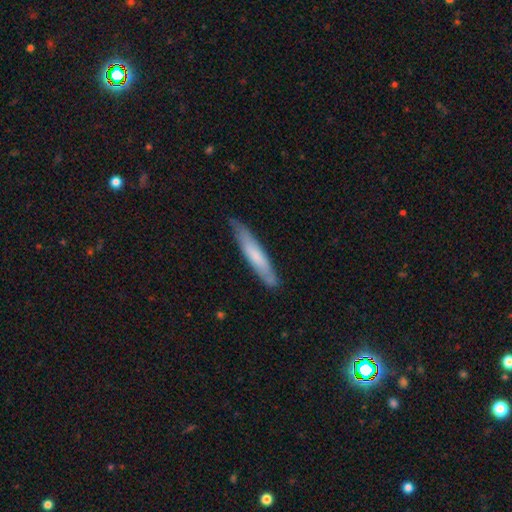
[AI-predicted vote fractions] smooth 64%, featured or disk 31%, star or artifact 5%. Down the decision tree: how rounded — cigar-shaped (91%); merging — none (80%).